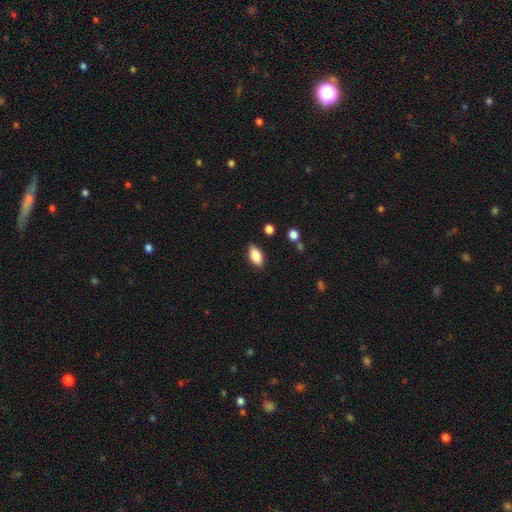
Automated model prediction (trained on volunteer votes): smooth-or-featured: smooth: 84% | featured or disk: 9% | star or artifact: 7%
  how-rounded: in between: 90% | cigar-shaped: 7% | round: 3%
  merging: none: 86% | minor disturbance: 10% | major disturbance: 2% | merger: 1%